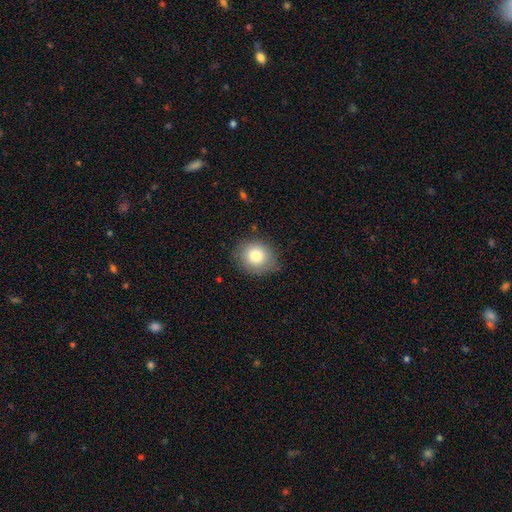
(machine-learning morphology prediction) Overall: smooth (80%). How rounded: round (72%). Merging: none (80%).